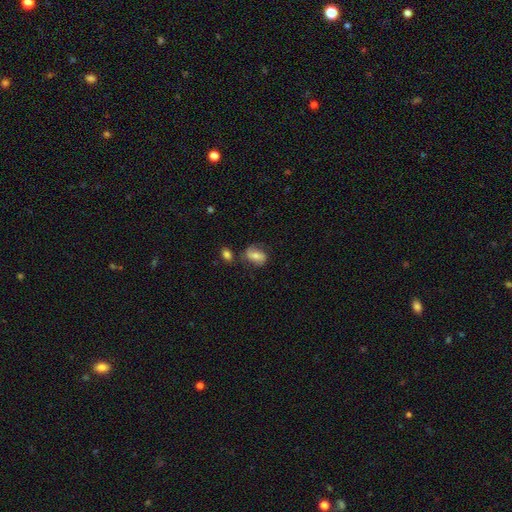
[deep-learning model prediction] Smooth or featured? smooth (54%)
How rounded? in between (79%)
Merging? none (62%)